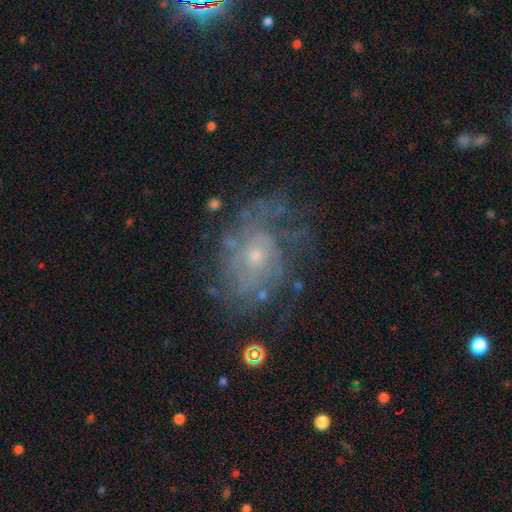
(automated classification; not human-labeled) Smooth or featured? Predicted: featured or disk (p=0.76). Edge-on disk? Predicted: no (p=0.97). Bar? Predicted: no (p=0.81). Spiral arms? Predicted: yes (p=0.83). Spiral winding? Predicted: tight (p=0.53). Spiral arm count? Predicted: can't tell (p=0.50). Bulge size? Predicted: small (p=0.71). Merging? Predicted: none (p=0.64).